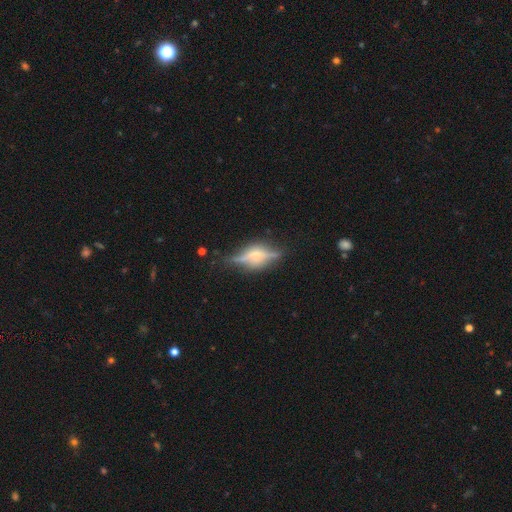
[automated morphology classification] A featured or disk galaxy (77%) viewed edge-on (92%) with a rounded central bulge (88%).

Vote fractions:
- Smooth or featured? featured or disk: 77% / smooth: 15% / star or artifact: 8%
- Edge-on disk? yes: 92% / no: 8%
- Edge-on bulge? rounded: 88% / boxy: 9% / none: 3%
- Merging? none: 77% / minor disturbance: 16% / major disturbance: 6% / merger: 2%